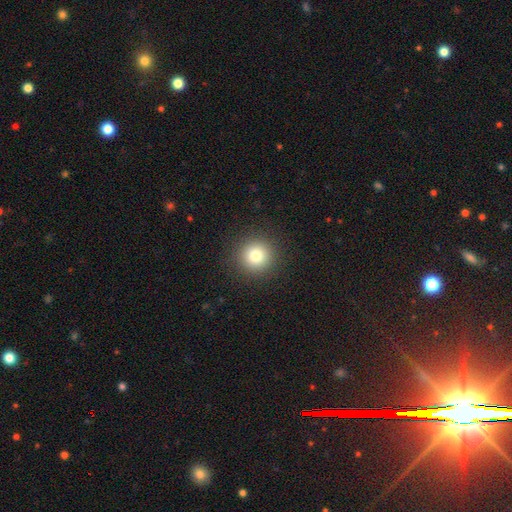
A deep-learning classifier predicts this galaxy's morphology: This is clearly a smooth galaxy (81%). How rounded: clearly round (95%). Merging: clearly none (91%).